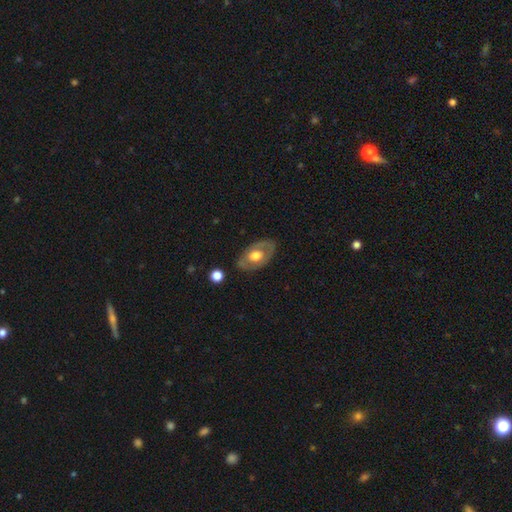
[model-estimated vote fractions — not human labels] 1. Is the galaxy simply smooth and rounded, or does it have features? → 51% featured or disk, 44% smooth, 6% star or artifact.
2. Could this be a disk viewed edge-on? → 87% no, 13% yes.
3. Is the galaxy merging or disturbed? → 77% none, 16% minor disturbance, 5% major disturbance, 2% merger.